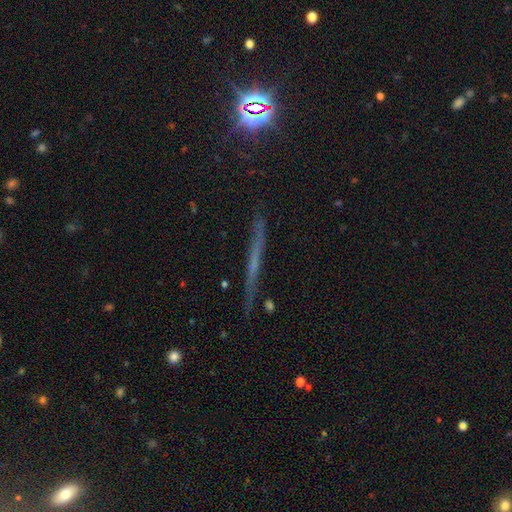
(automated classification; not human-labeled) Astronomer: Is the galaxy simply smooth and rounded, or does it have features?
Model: featured or disk — 46% (runner-up: star or artifact, 28%).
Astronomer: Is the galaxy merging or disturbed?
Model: none — 82%.